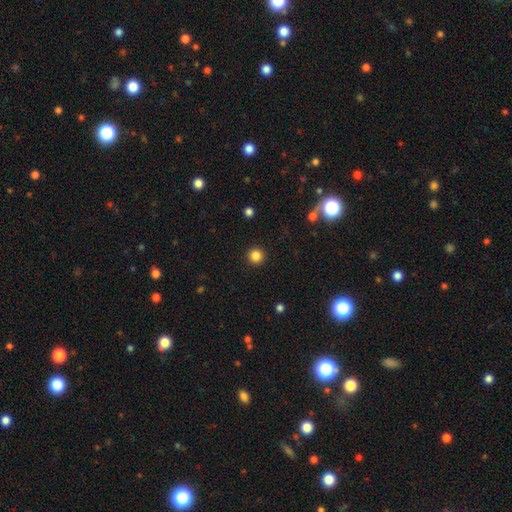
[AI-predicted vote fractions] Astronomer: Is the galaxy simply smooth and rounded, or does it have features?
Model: smooth — 84%.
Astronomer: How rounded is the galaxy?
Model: round — 96%.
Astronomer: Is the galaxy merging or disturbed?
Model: none — 93%.